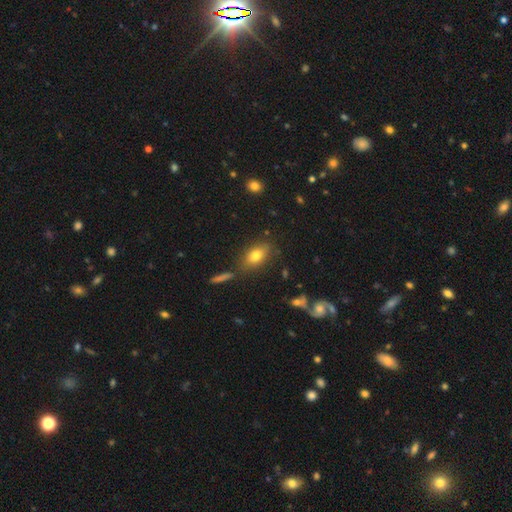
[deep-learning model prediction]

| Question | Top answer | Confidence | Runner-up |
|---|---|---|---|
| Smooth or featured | smooth | 78% | featured or disk (13%) |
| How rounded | in between | 84% | round (10%) |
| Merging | none | 75% | minor disturbance (14%) |